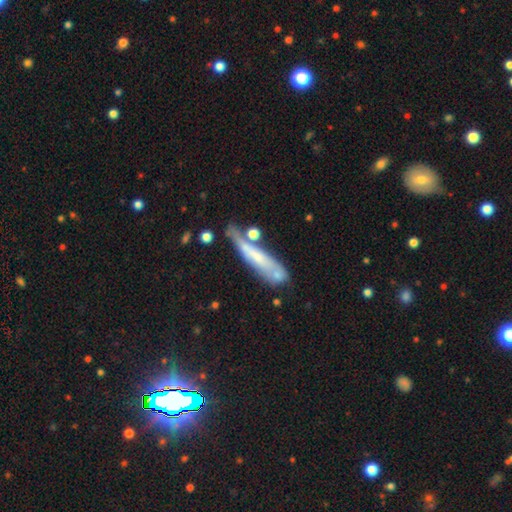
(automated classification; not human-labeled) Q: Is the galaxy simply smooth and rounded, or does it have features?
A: smooth — 46%.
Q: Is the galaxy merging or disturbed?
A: none — 48%.